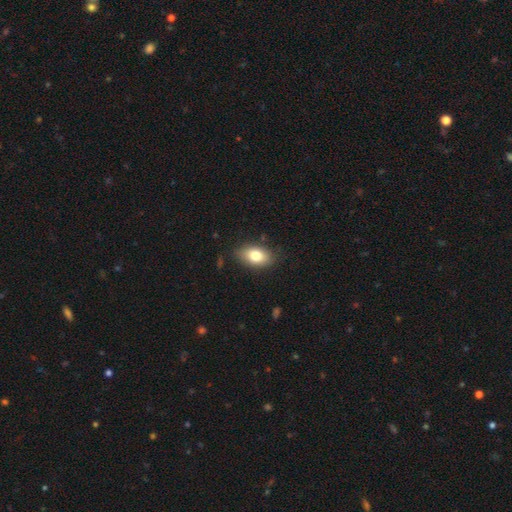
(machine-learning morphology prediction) Smooth or featured?
  - smooth: 78% *
  - featured or disk: 14%
  - star or artifact: 8%
How rounded?
  - in between: 89% *
  - round: 8%
  - cigar-shaped: 3%
Merging?
  - none: 83% *
  - minor disturbance: 13%
  - major disturbance: 3%
  - merger: 1%